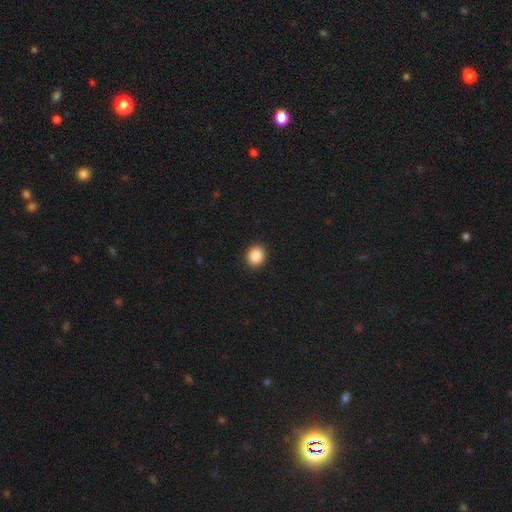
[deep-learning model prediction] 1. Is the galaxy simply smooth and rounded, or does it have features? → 87% smooth, 9% star or artifact, 4% featured or disk.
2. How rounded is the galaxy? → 69% round, 30% in between, 1% cigar-shaped.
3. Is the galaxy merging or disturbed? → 92% none, 5% minor disturbance, 2% major disturbance, 1% merger.